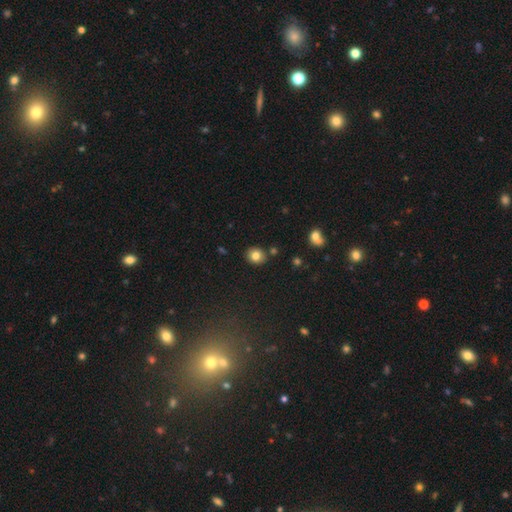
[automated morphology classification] This appears to be a smooth galaxy with no disk features (81%) that is round (74%). Merging: none (84%).